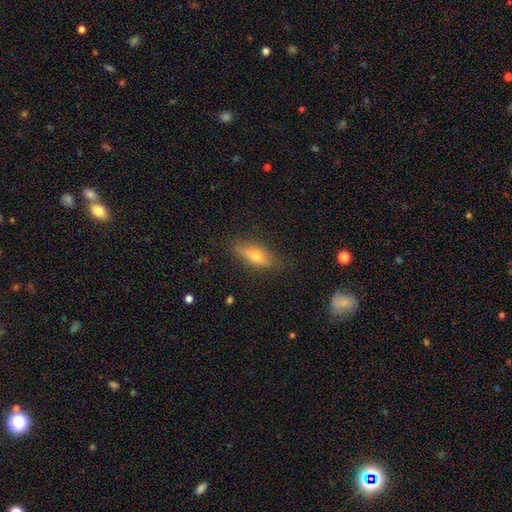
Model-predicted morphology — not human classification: This is possibly a smooth galaxy (54%). How rounded: possibly in between (60%). Merging: clearly none (80%).